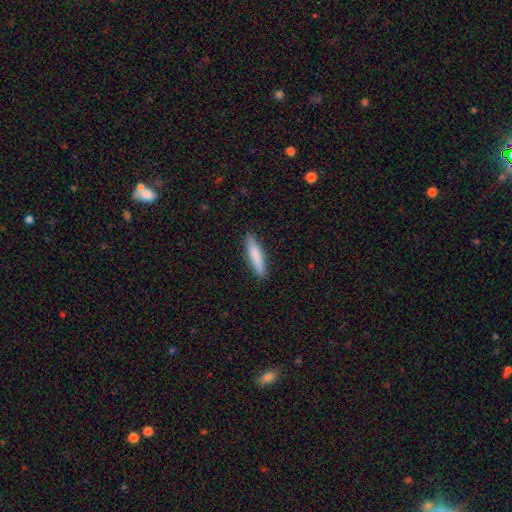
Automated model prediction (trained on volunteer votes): Smooth or featured?
  - smooth: 82% *
  - featured or disk: 13%
  - star or artifact: 5%
How rounded?
  - cigar-shaped: 85% *
  - in between: 14%
  - round: 1%
Merging?
  - none: 89% *
  - minor disturbance: 8%
  - major disturbance: 2%
  - merger: 1%